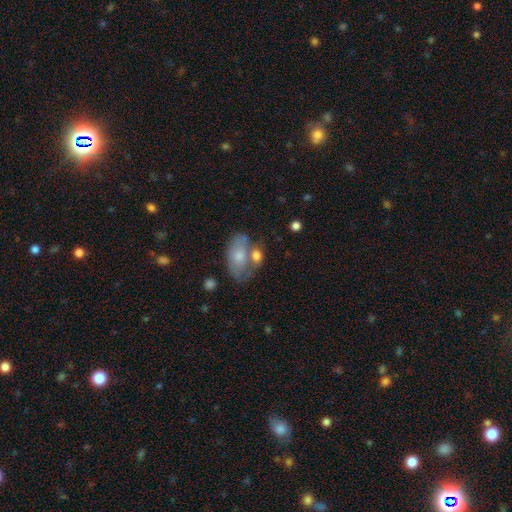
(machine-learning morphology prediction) Overall: smooth (70%). How rounded: in between (78%). Merging: merger (39%; none 34%).